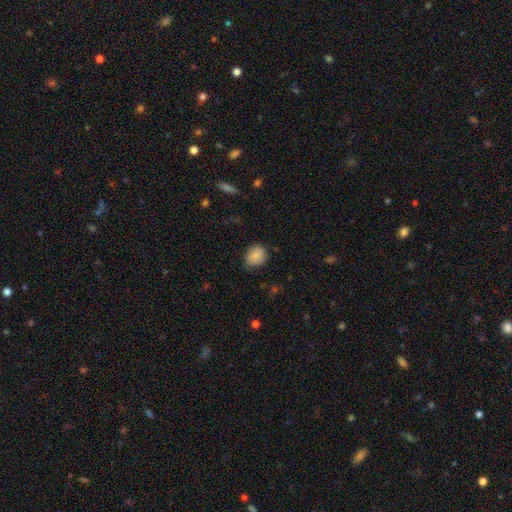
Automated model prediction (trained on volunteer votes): This appears to be a smooth galaxy with no disk features (86%) that is round (67%). Merging: none (78%).